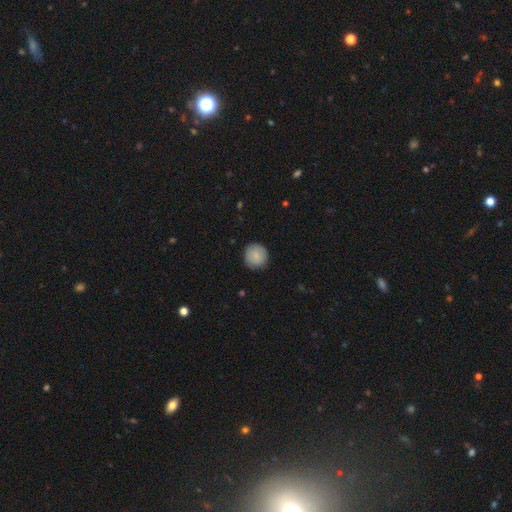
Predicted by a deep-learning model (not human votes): The model was most divided on "smooth or featured": smooth: 85%, featured or disk: 8%, star or artifact: 7%. More confident: how rounded — round (93%); merging — none (87%).